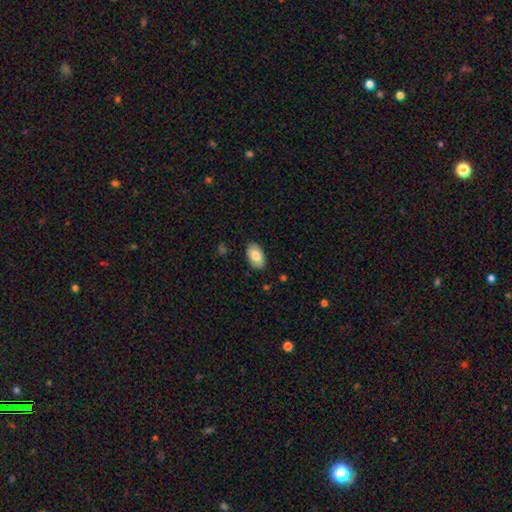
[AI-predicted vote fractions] smooth-or-featured: smooth: 81% | featured or disk: 12% | star or artifact: 6%
  how-rounded: in between: 94% | round: 5% | cigar-shaped: 1%
  merging: none: 87% | minor disturbance: 10% | major disturbance: 2% | merger: 1%